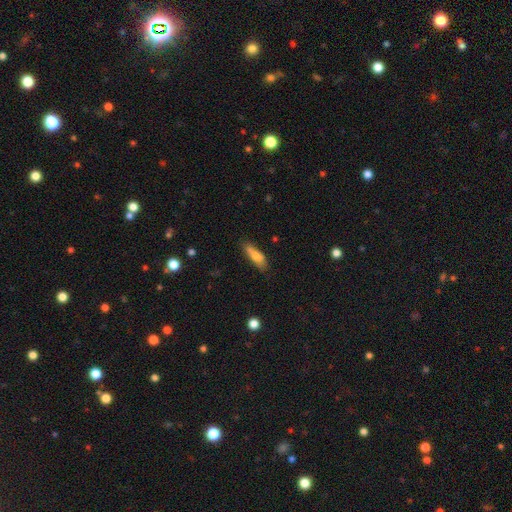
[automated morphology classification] Smooth or featured?
  - smooth: 71% *
  - featured or disk: 22%
  - star or artifact: 7%
How rounded?
  - cigar-shaped: 55% *
  - in between: 43%
  - round: 2%
Merging?
  - none: 65% *
  - minor disturbance: 24%
  - major disturbance: 6%
  - merger: 5%